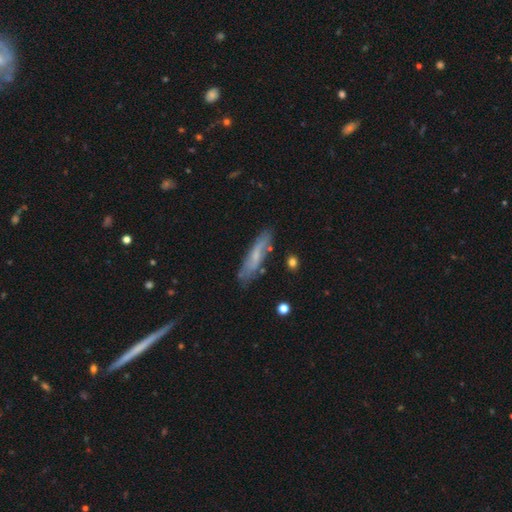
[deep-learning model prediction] featured or disk 46% (tied), smooth 46% (tied), star or artifact 8%. Down the decision tree: merging — none (73%).